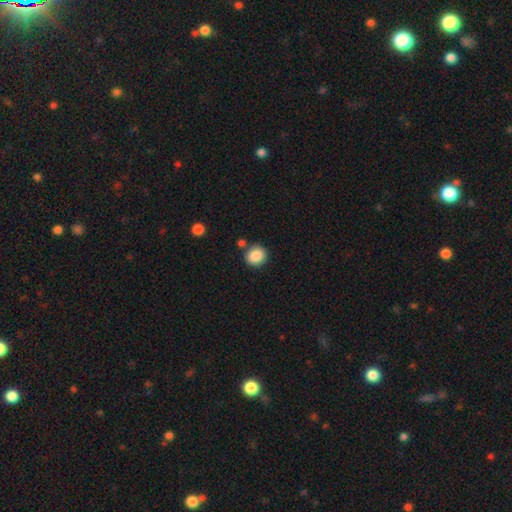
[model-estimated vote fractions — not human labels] Overall: smooth (87%). How rounded: round (83%). Merging: none (80%).